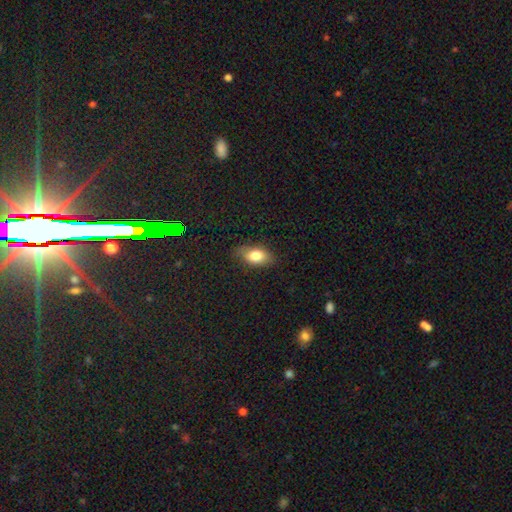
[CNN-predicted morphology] Smooth or featured?
  - smooth: 78% *
  - featured or disk: 13%
  - star or artifact: 8%
How rounded?
  - in between: 86% *
  - round: 9%
  - cigar-shaped: 6%
Merging?
  - none: 79% *
  - minor disturbance: 16%
  - major disturbance: 4%
  - merger: 1%